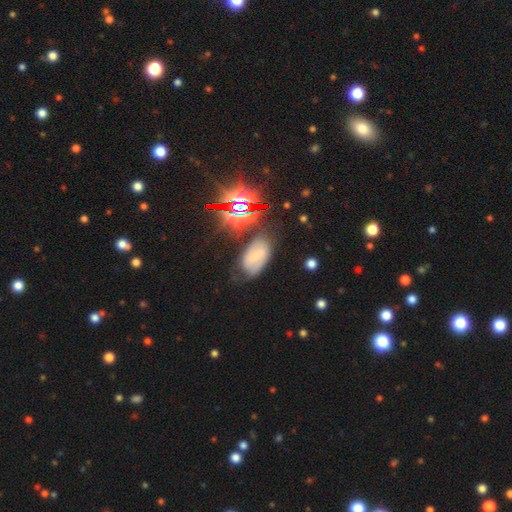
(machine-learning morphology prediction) A smooth galaxy with no disk features (46%). Merging: none (64%).